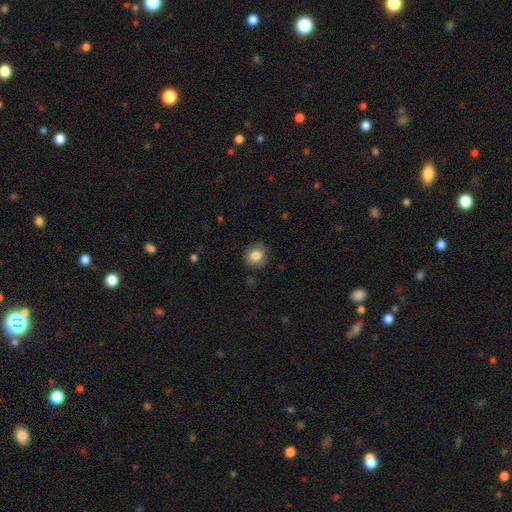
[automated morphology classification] Smooth or featured: smooth — 79% (featured or disk — 12%)
How rounded: round — 70% (in between — 29%)
Merging: none — 82% (minor disturbance — 14%)